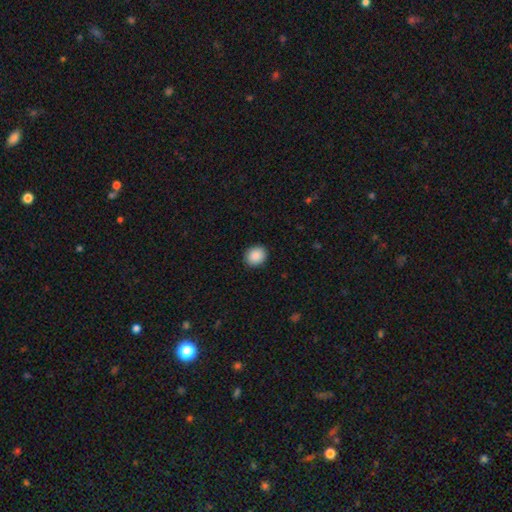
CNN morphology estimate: Overall: smooth (89%). How rounded: round (70%). Merging: none (91%).